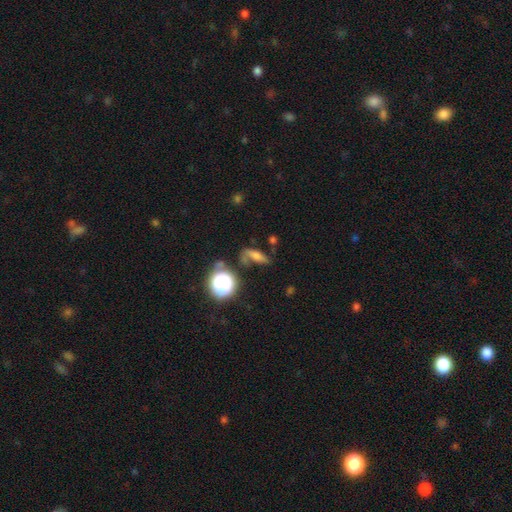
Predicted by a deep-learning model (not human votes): Smooth or featured? Predicted: smooth (p=0.51). How rounded? Predicted: in between (p=0.57). Merging? Predicted: none (p=0.45).